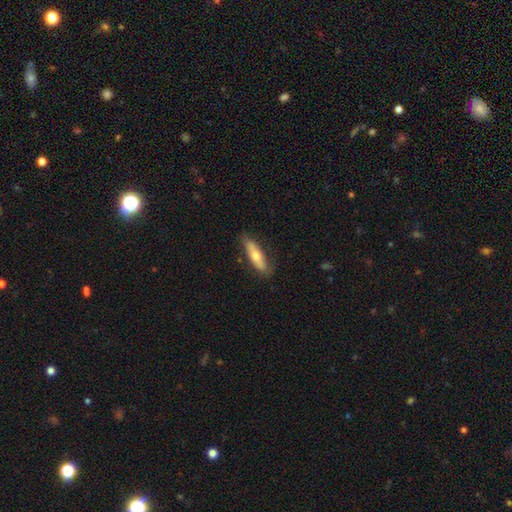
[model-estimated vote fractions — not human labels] Morphology: type=smooth (59%); roundness=cigar-shaped (62%); merging=none (79%).